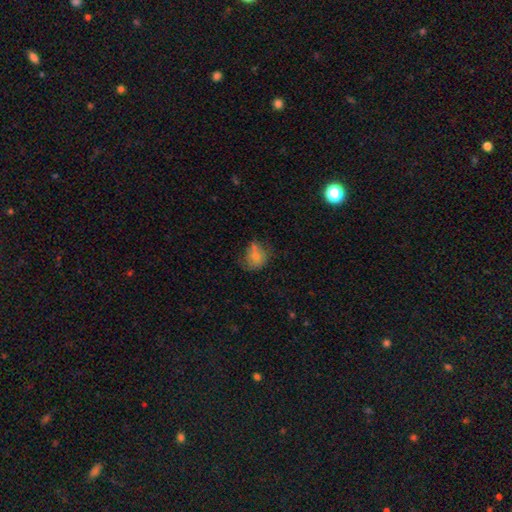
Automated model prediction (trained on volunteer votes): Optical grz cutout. It shows a smooth galaxy with no disk features (69%) that is round (57%). Merging: none (49%).